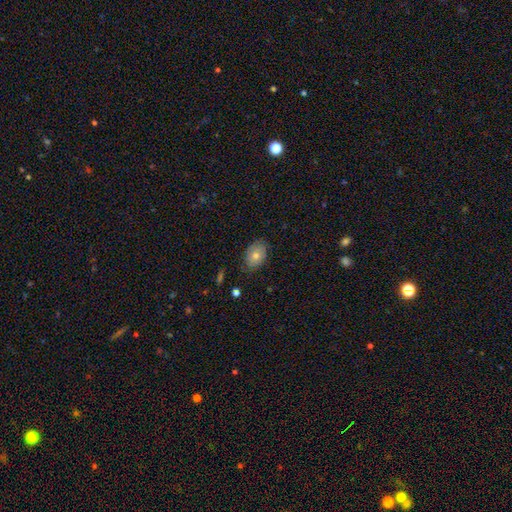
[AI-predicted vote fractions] Smooth or featured: smooth — 67% (featured or disk — 23%)
How rounded: in between — 81% (round — 18%)
Merging: none — 81% (minor disturbance — 15%)